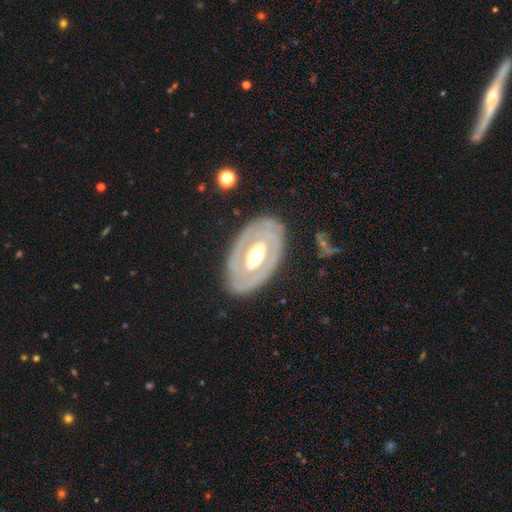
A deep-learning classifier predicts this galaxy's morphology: smooth_or_featured: featured or disk (p=0.75) [alt: smooth p=0.21]
disk_edge_on: no (p=0.92) [alt: yes p=0.08]
bar: no (p=0.57) [alt: weak p=0.26]
has_spiral_arms: no (p=0.59) [alt: yes p=0.41]
bulge_size: moderate (p=0.66) [alt: large p=0.22]
merging: none (p=0.79) [alt: minor disturbance p=0.14]